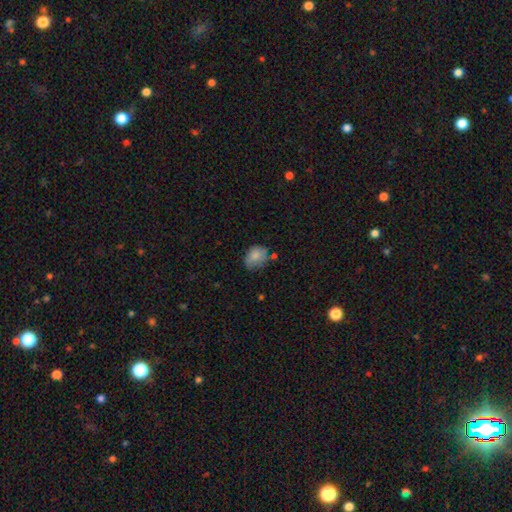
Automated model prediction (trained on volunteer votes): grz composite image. It shows a smooth galaxy with no disk features (78%) that is in between round and cigar-shaped (58%). Merging: none (47%).